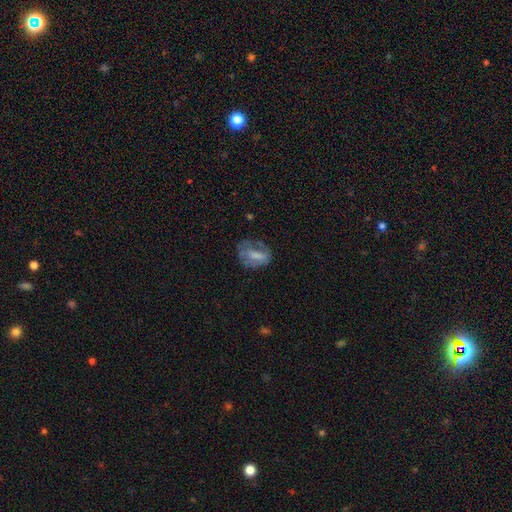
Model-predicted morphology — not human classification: The model was most divided on "smooth or featured": smooth: 53%, featured or disk: 36%, star or artifact: 10%. Remaining: how rounded — in between (67%); merging — none (44%).